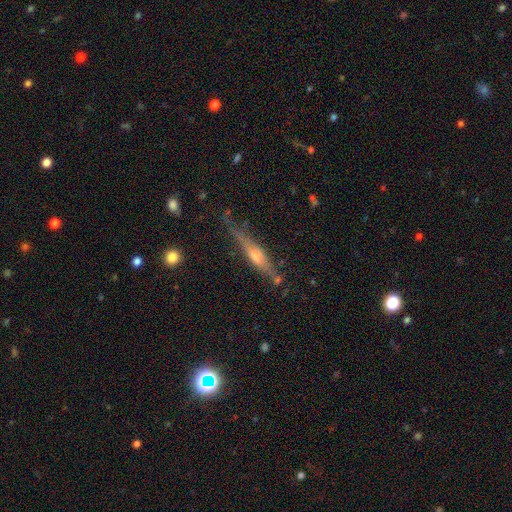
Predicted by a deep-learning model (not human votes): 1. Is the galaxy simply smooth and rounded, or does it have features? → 70% featured or disk, 22% smooth, 7% star or artifact.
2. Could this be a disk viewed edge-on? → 95% yes, 5% no.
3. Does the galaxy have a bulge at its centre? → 81% rounded, 10% boxy, 9% none.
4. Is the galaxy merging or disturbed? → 73% none, 19% minor disturbance, 5% major disturbance, 4% merger.